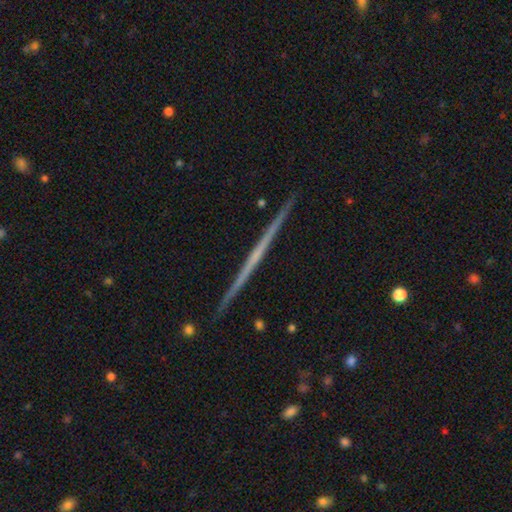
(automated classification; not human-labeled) Overall: featured or disk (74%). Edge-on disk: yes (98%). Edge-on bulge: none (85%). Merging: none (93%).